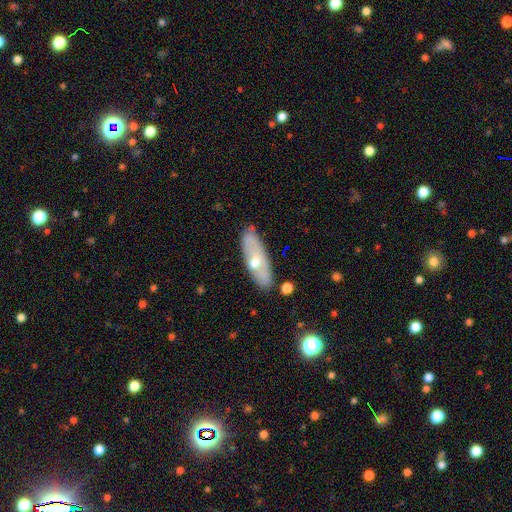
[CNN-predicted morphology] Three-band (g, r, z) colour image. It shows a featured or disk galaxy (47%). Merging: none (81%).